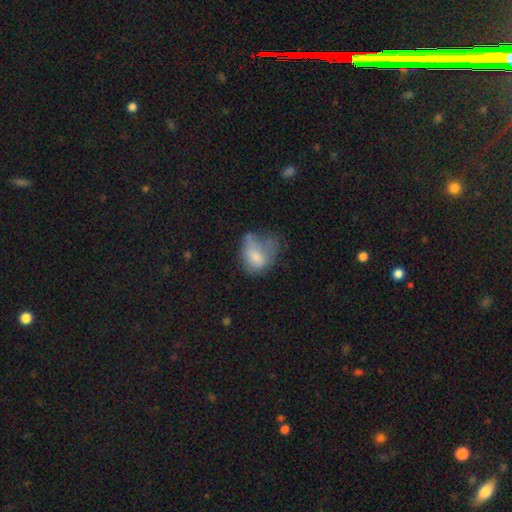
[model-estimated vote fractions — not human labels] This is likely a smooth galaxy (65%). How rounded: likely in between (71%). Merging: marginally major disturbance (43%).